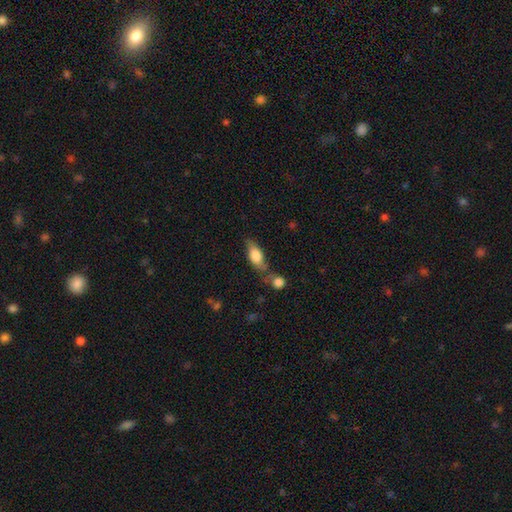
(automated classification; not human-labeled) The model was most divided on "merging": none: 46%, merger: 24%, minor disturbance: 21%, major disturbance: 9%. More confident: how rounded — in between (78%); smooth or featured — smooth (71%).